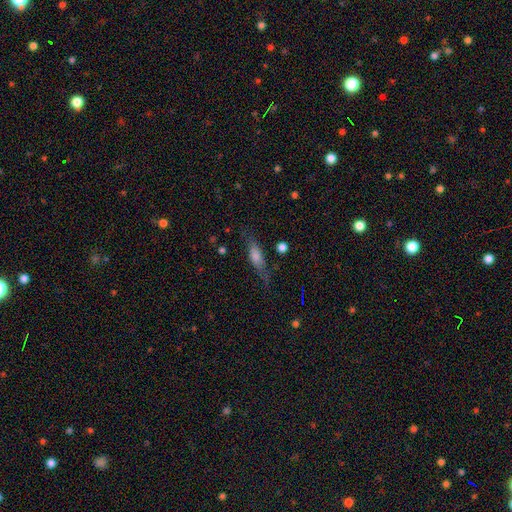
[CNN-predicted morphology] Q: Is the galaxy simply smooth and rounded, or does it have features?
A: smooth — 46%.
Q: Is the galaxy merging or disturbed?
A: none — 69%.